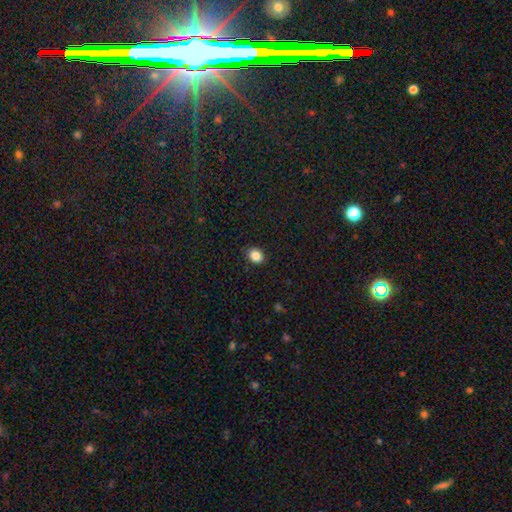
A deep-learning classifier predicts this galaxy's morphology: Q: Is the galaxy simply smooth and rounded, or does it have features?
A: smooth — 87%.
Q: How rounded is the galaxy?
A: in between — 57%.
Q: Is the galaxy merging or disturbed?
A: none — 88%.